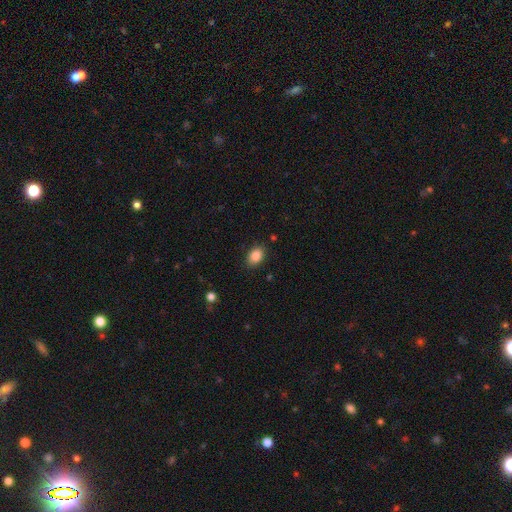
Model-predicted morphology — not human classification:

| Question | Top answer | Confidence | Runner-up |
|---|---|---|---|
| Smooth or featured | smooth | 86% | star or artifact (9%) |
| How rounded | in between | 77% | round (21%) |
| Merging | none | 86% | minor disturbance (11%) |